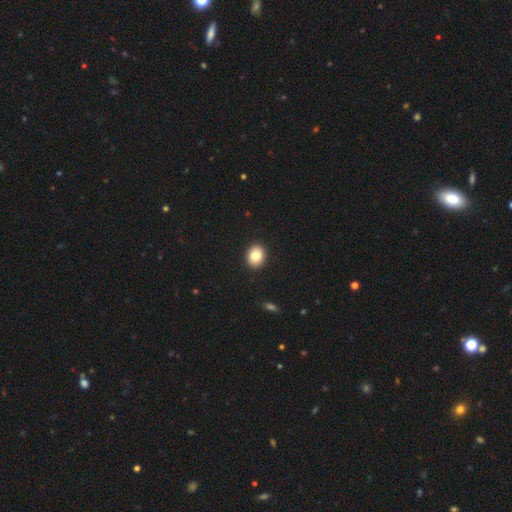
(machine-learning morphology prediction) type=smooth (83%); roundness=round (54%); merging=none (92%).